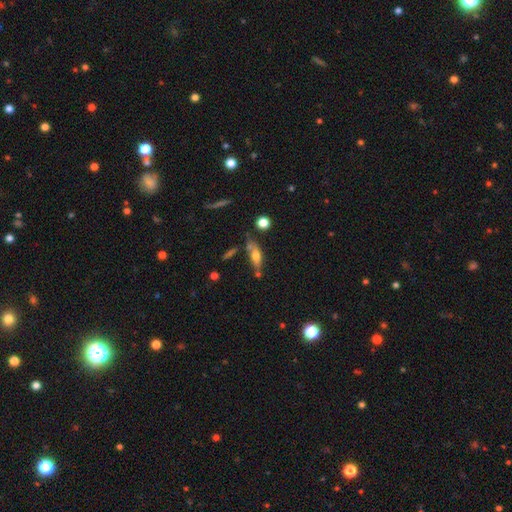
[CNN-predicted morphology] This is possibly a smooth galaxy (52%). How rounded: possibly in between (53%). Merging: possibly none (53%).